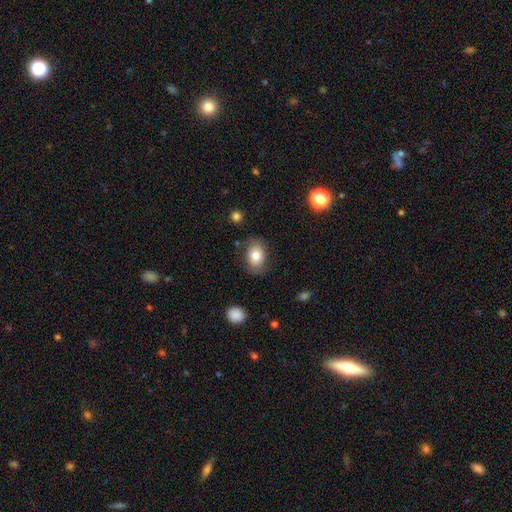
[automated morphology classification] A smooth galaxy with no disk features (79%) that is in between round and cigar-shaped (78%).

Vote fractions:
- Smooth or featured? smooth: 79% / featured or disk: 13% / star or artifact: 8%
- How rounded? in between: 78% / round: 21% / cigar-shaped: 1%
- Merging? none: 78% / minor disturbance: 15% / major disturbance: 4% / merger: 2%